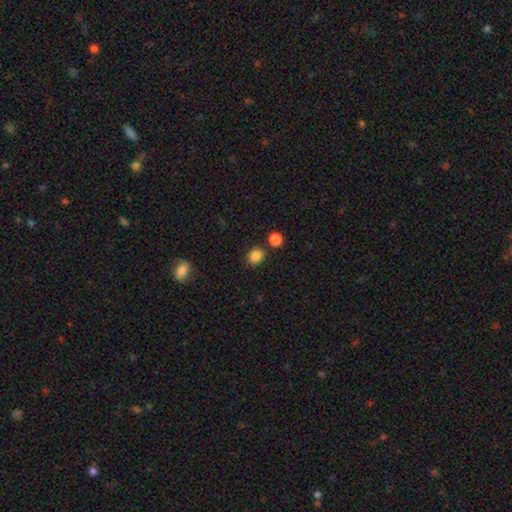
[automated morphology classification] Smooth or featured? smooth (85%)
How rounded? round (67%)
Merging? none (80%)